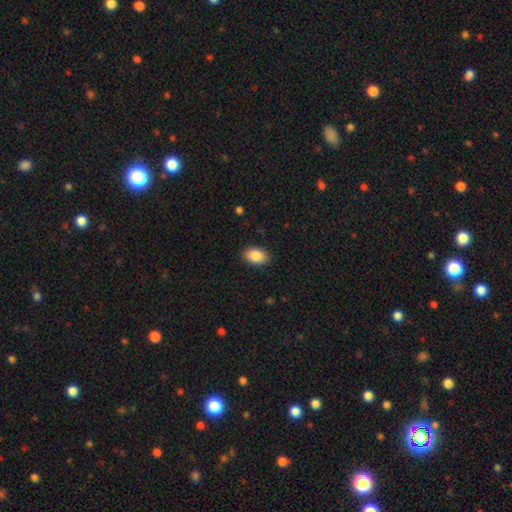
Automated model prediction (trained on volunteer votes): Smooth or featured: smooth — 88% (star or artifact — 7%)
How rounded: in between — 88% (round — 10%)
Merging: none — 88% (minor disturbance — 9%)